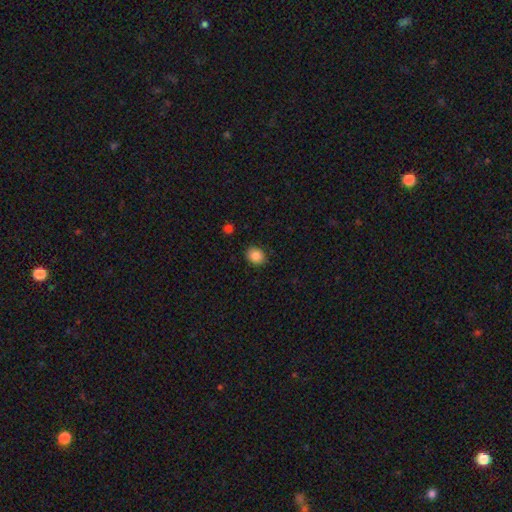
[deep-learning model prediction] smooth 85%, star or artifact 10%, featured or disk 5%. Down the decision tree: how rounded — round (60%); merging — none (88%).